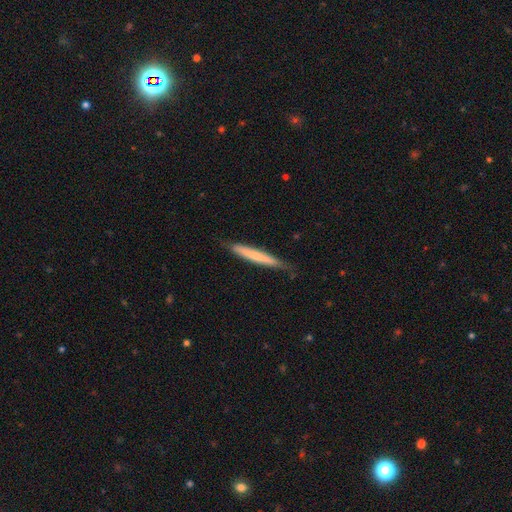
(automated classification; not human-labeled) The model was most divided on "smooth or featured": smooth: 63%, featured or disk: 32%, star or artifact: 5%. More confident: how rounded — cigar-shaped (96%); merging — none (78%).